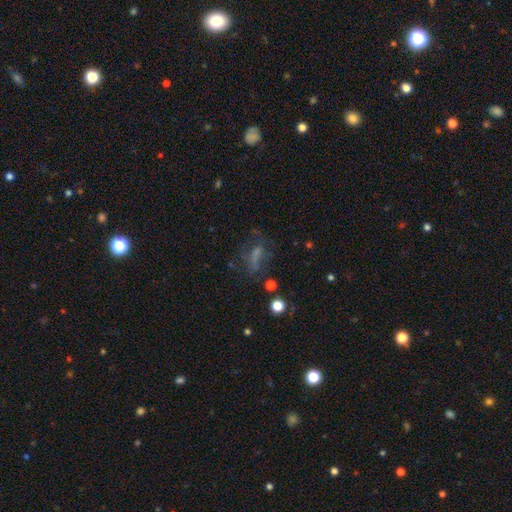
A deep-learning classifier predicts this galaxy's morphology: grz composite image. It shows a smooth galaxy with no disk features (51%) that is in between round and cigar-shaped (60%). Merging: none (43%).